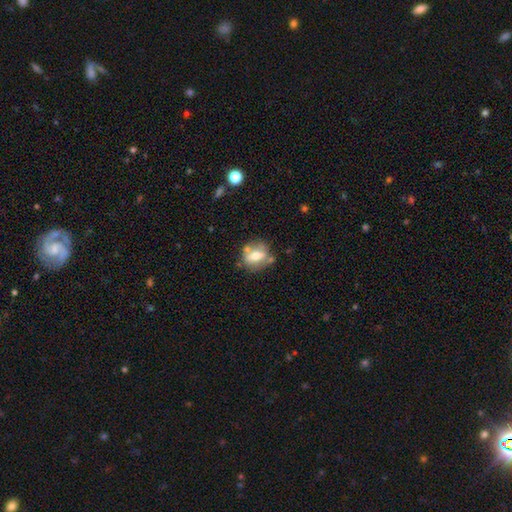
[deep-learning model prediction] Smooth or featured?
  - smooth: 51% *
  - featured or disk: 41%
  - star or artifact: 9%
How rounded?
  - round: 49% *
  - in between: 46%
  - cigar-shaped: 5%
Merging?
  - none: 64% *
  - minor disturbance: 18%
  - merger: 12%
  - major disturbance: 6%